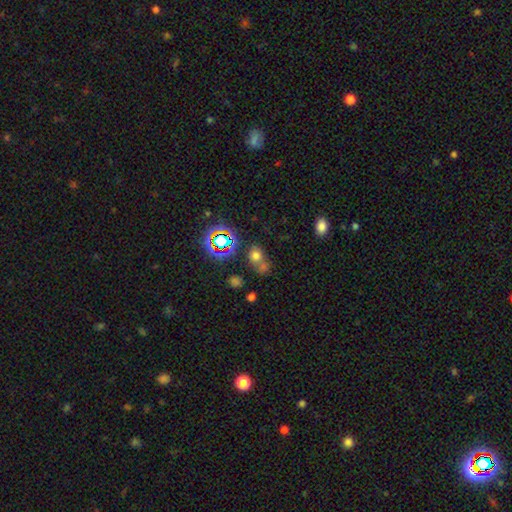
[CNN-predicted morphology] type=smooth (62%); roundness=round (56%); merging=none (45%).